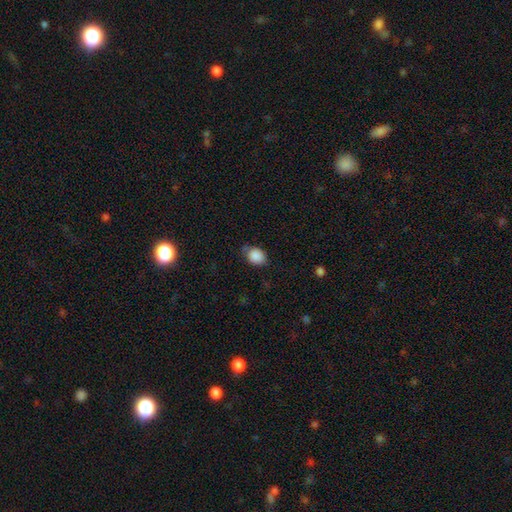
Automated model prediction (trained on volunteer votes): A smooth galaxy with no disk features (87%) that is in between round and cigar-shaped (52%).

Vote fractions:
- Smooth or featured? smooth: 87% / star or artifact: 8% / featured or disk: 5%
- How rounded? in between: 52% / round: 47% / cigar-shaped: 1%
- Merging? none: 63% / minor disturbance: 29% / major disturbance: 6% / merger: 2%